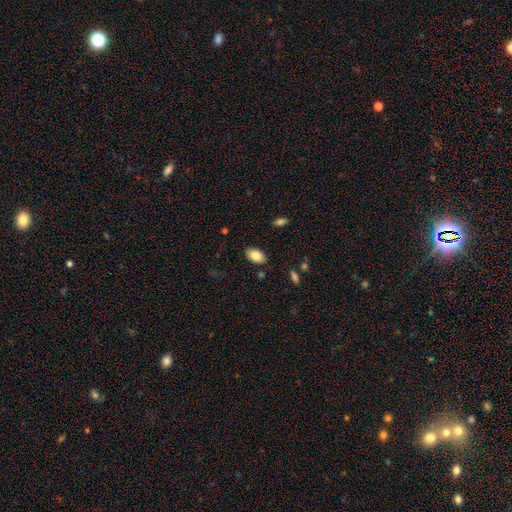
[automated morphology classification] Overall: smooth (83%). How rounded: in between (93%). Merging: none (85%).